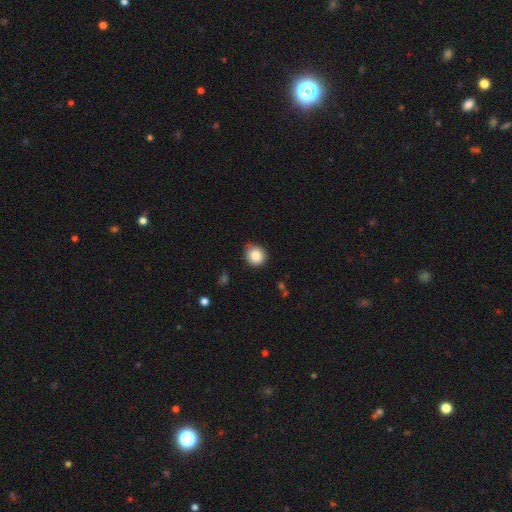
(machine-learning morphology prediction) smooth-or-featured: smooth: 86% | star or artifact: 9% | featured or disk: 5%
  how-rounded: round: 90% | in between: 9% | cigar-shaped: 1%
  merging: none: 79% | minor disturbance: 17% | major disturbance: 3% | merger: 2%